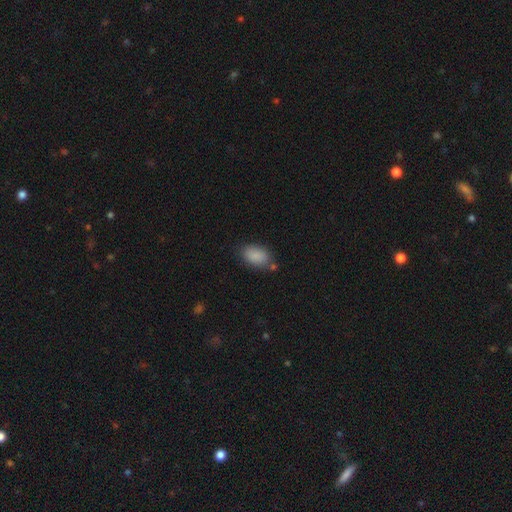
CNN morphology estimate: This is clearly a smooth galaxy (87%). How rounded: clearly in between (90%). Merging: likely none (72%).